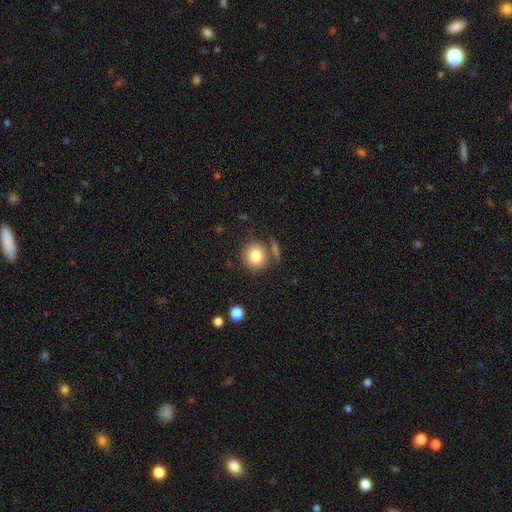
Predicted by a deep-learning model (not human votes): Smooth or featured: smooth — 81% (featured or disk — 10%)
How rounded: round — 88% (in between — 11%)
Merging: none — 74% (minor disturbance — 11%)